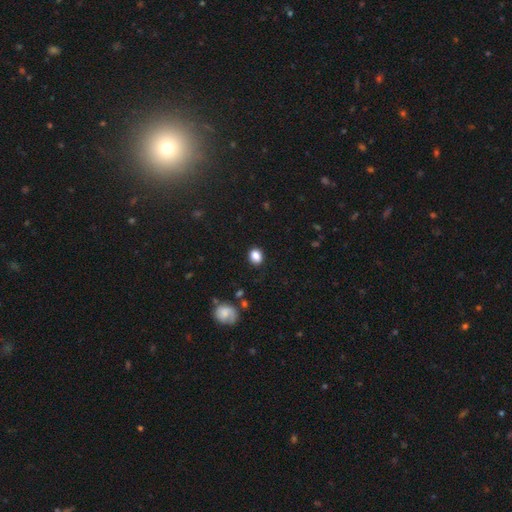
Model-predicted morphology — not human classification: smooth 86%, star or artifact 9%, featured or disk 5%. Down the decision tree: how rounded — round (56%); merging — none (88%).